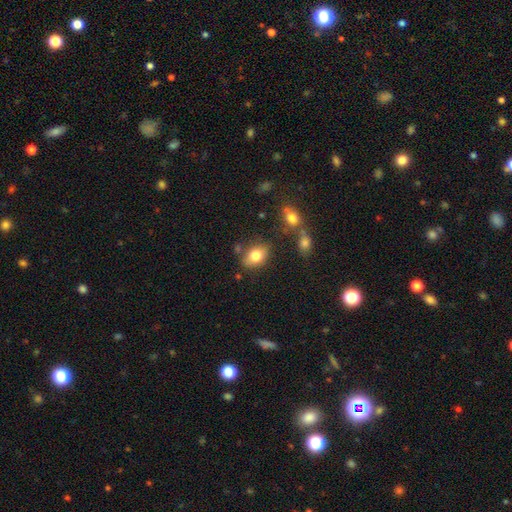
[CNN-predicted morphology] smooth-or-featured: smooth: 81% | featured or disk: 11% | star or artifact: 9%
  how-rounded: in between: 79% | round: 20% | cigar-shaped: 1%
  merging: none: 74% | minor disturbance: 15% | merger: 7% | major disturbance: 4%